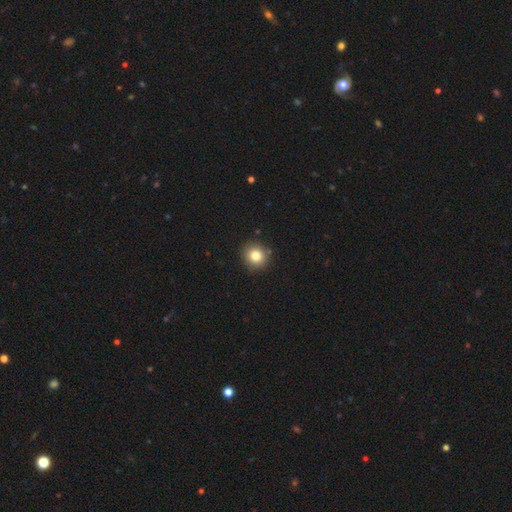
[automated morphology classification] Smooth or featured? Predicted: smooth (p=0.82). How rounded? Predicted: round (p=0.88). Merging? Predicted: none (p=0.89).